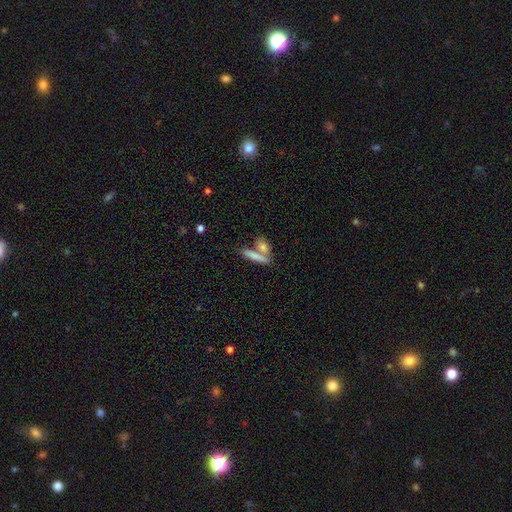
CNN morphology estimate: Smooth or featured? smooth (74%)
How rounded? cigar-shaped (63%)
Merging? none (48%)